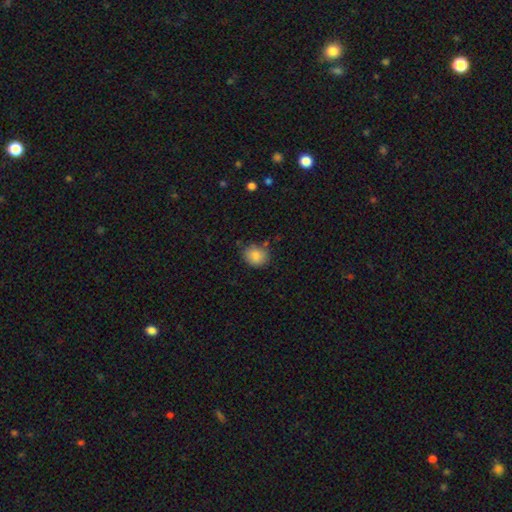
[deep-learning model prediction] Smooth or featured? smooth (85%)
How rounded? round (69%)
Merging? none (77%)